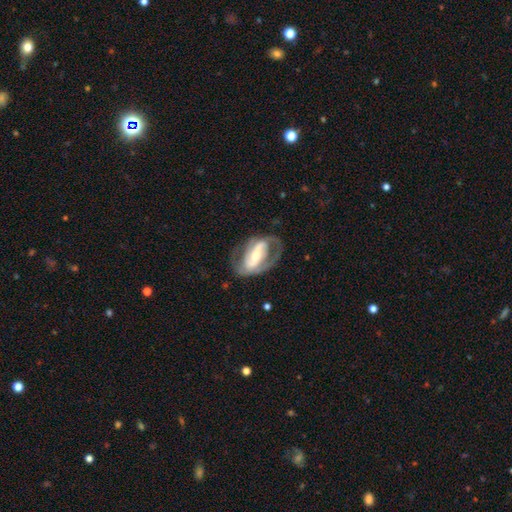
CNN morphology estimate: Smooth or featured: featured or disk — 81% (smooth — 14%)
Edge-on disk: no — 94% (yes — 6%)
Bar: strong — 63% (weak — 23%)
Spiral arms: yes — 79% (no — 21%)
Spiral winding: medium — 45% (tight — 31%)
Spiral arm count: 2 — 80% (can't tell — 10%)
Bulge size: moderate — 45% (small — 44%)
Merging: none — 62% (minor disturbance — 19%)